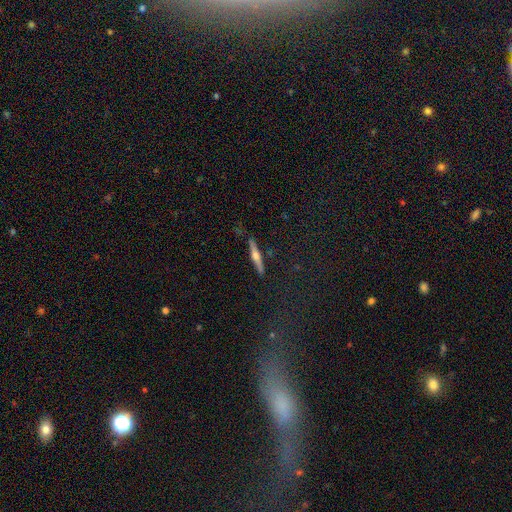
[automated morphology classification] This appears to be a featured or disk galaxy (66%) viewed edge-on (97%) with a rounded central bulge (90%). Merging: none (88%).